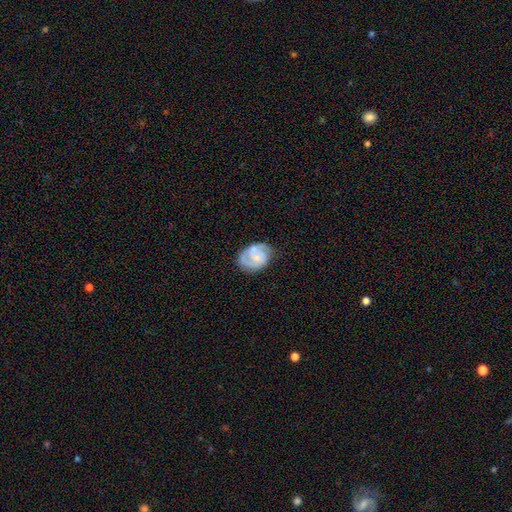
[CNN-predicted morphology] This is likely a featured or disk galaxy (75%). It is clearly not viewed edge-on (98%). Bar: likely no (68%). Spiral arm pattern: clearly yes (93%). Spiral arm count: likely 2 (63%). Spiral winding: possibly tight (52%). Central bulge: likely small (63%). Merging: likely none (68%).